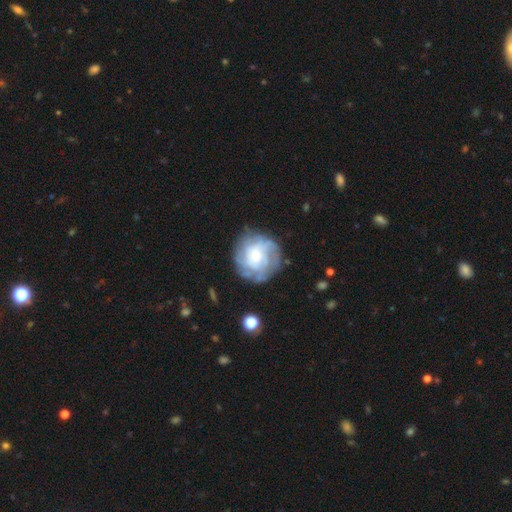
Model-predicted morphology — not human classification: smooth-or-featured: featured or disk: 64% | smooth: 28% | star or artifact: 8%
  disk-edge-on: no: 97% | yes: 3%
    bar: no: 78% | weak: 19% | strong: 3%
    has-spiral-arms: yes: 77% | no: 23%
    bulge-size: small: 43% | moderate: 37% | large: 13% | none: 6% | dominant: 2%
  merging: none: 73% | minor disturbance: 17% | major disturbance: 9% | merger: 2%